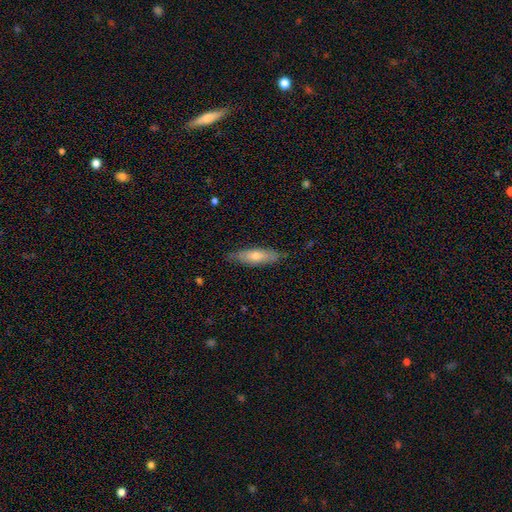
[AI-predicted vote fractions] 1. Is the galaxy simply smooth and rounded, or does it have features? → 55% smooth, 39% featured or disk, 6% star or artifact.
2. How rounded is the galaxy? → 64% cigar-shaped, 35% in between, 2% round.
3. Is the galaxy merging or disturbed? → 82% none, 15% minor disturbance, 2% major disturbance, 1% merger.